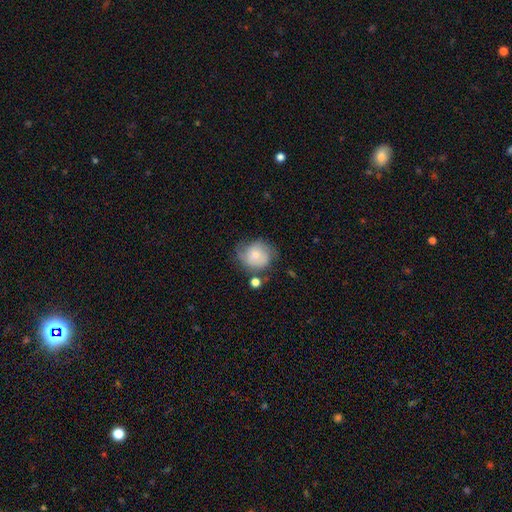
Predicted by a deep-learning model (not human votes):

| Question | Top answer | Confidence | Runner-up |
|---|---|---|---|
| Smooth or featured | smooth | 56% | featured or disk (36%) |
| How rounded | round | 75% | in between (24%) |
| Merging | none | 51% | minor disturbance (28%) |